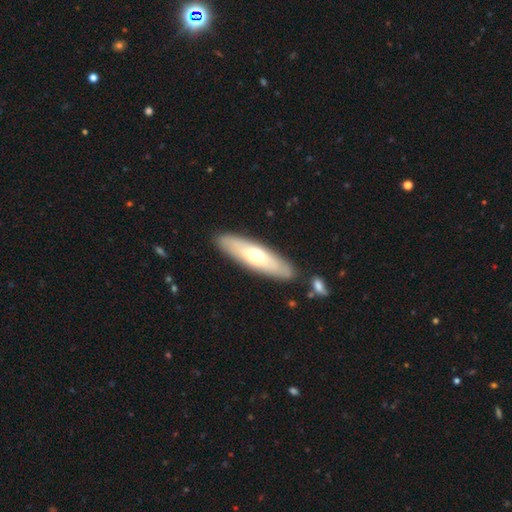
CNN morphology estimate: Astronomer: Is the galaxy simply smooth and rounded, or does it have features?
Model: smooth — 54% (runner-up: featured or disk, 41%).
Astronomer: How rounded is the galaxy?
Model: cigar-shaped — 62%.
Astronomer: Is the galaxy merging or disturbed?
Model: none — 87%.